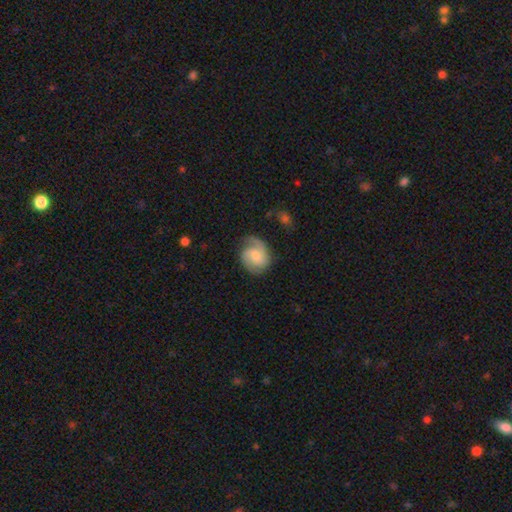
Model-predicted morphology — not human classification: Overall: featured or disk (67%). Edge-on disk: no (98%). Bar: no (54%; weak 40%). Spiral arms: yes (94%). Spiral arm count: 2 (62%). Spiral winding: medium (46%; tight 34%). Bulge size: small (45%; moderate 37%). Merging: none (67%).